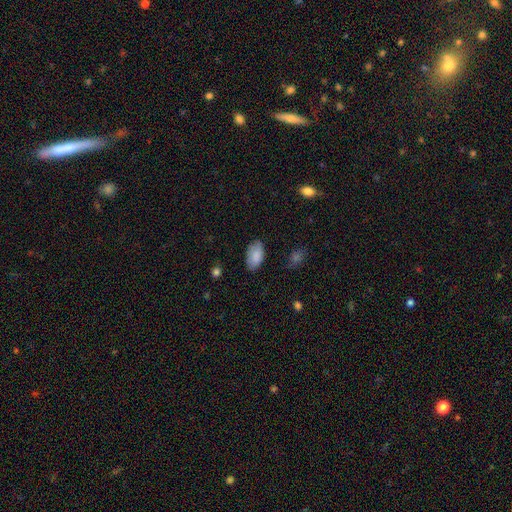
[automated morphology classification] Smooth or featured? smooth (87%)
How rounded? in between (95%)
Merging? none (81%)